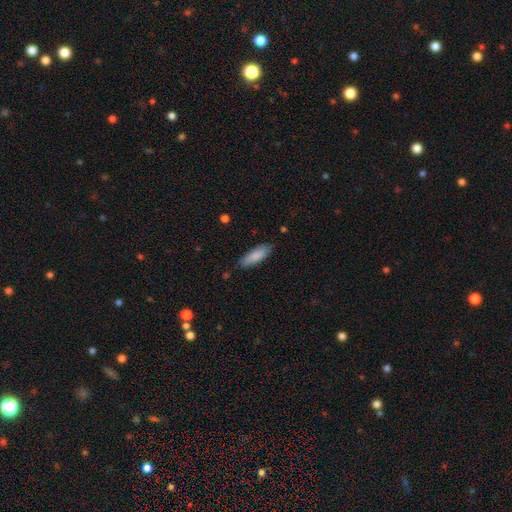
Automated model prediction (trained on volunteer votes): This appears to be a smooth galaxy with no disk features (86%) that is in between round and cigar-shaped (56%). Merging: none (82%).